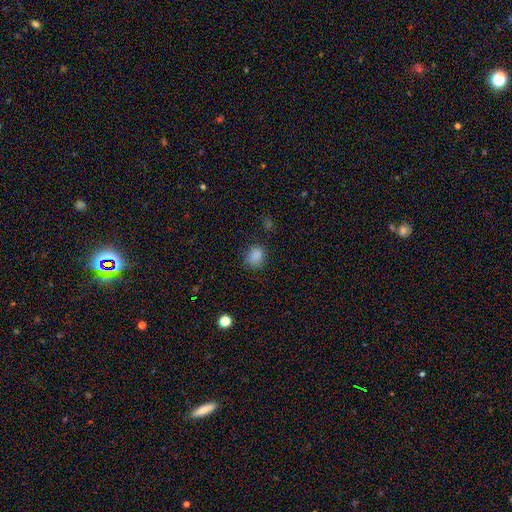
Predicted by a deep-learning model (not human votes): Smooth or featured?
  - smooth: 85% *
  - star or artifact: 12%
  - featured or disk: 4%
How rounded?
  - round: 61% *
  - in between: 38%
  - cigar-shaped: 1%
Merging?
  - none: 75% *
  - minor disturbance: 18%
  - major disturbance: 5%
  - merger: 2%